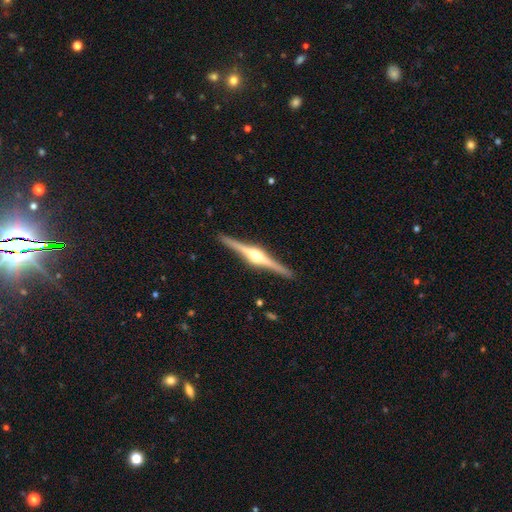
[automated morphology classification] The model was most divided on "smooth or featured": featured or disk: 88%, smooth: 8%, star or artifact: 4%. More confident: edge-on disk — yes (99%); edge-on bulge — rounded (94%); merging — none (92%).